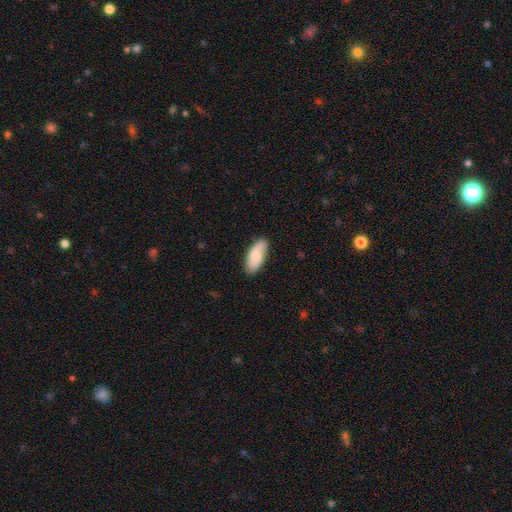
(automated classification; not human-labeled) This is likely a smooth galaxy (75%). How rounded: clearly in between (85%). Merging: clearly none (81%).